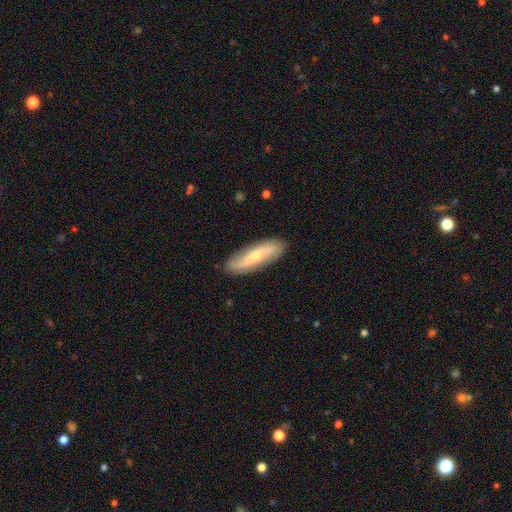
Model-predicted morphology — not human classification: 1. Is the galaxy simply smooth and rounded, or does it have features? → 53% featured or disk, 41% smooth, 6% star or artifact.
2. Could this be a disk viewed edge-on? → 70% no, 30% yes.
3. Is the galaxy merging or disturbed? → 87% none, 10% minor disturbance, 2% major disturbance, 1% merger.